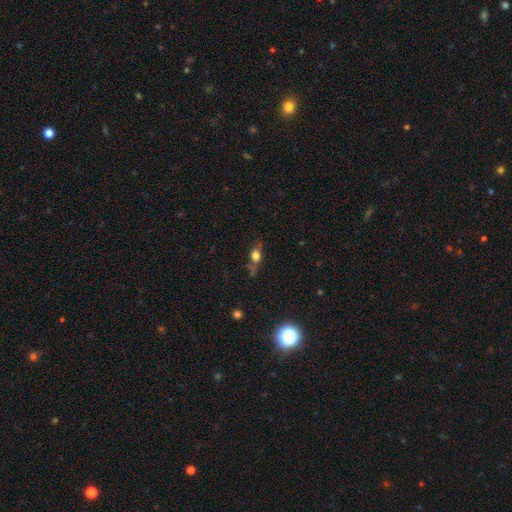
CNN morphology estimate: Smooth or featured? Predicted: smooth (p=0.54). How rounded? Predicted: in between (p=0.47). Merging? Predicted: none (p=0.60).